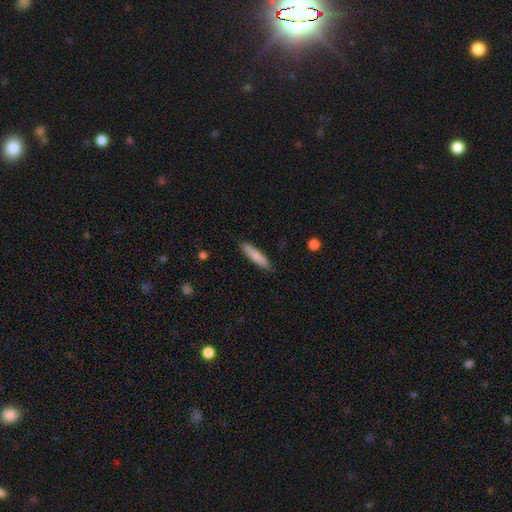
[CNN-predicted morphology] Overall: smooth (81%). How rounded: cigar-shaped (88%). Merging: none (88%).